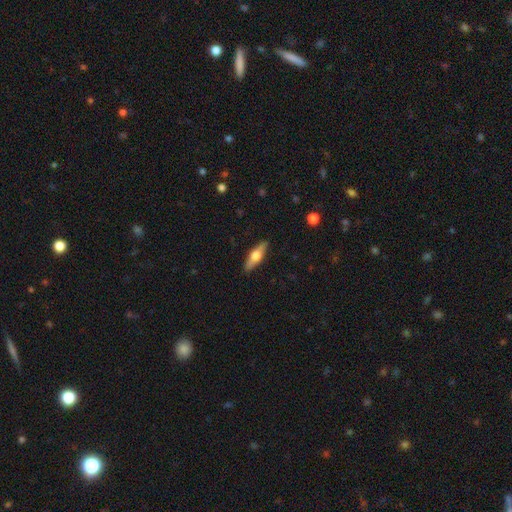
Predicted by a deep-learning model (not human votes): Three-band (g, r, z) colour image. It shows a featured or disk galaxy (52%) viewed edge-on (92%). Merging: none (89%).